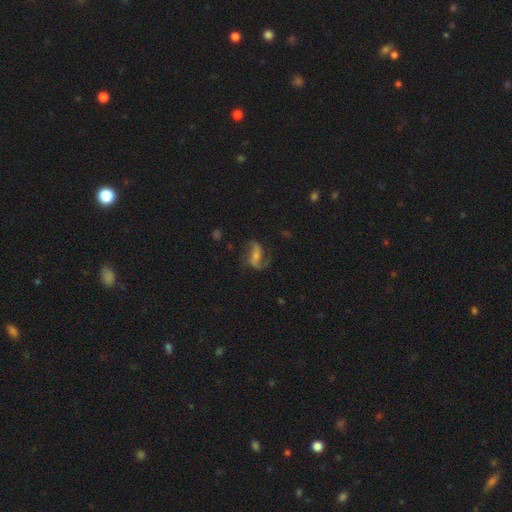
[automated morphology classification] This is clearly a featured or disk galaxy (81%). It is clearly not viewed edge-on (97%). Bar: marginally weak (37%, tied with strong). Spiral arm pattern: clearly yes (95%). Spiral arm count: clearly 2 (89%). Spiral winding: possibly loose (56%). Central bulge: possibly small (49%). Merging: likely none (67%).